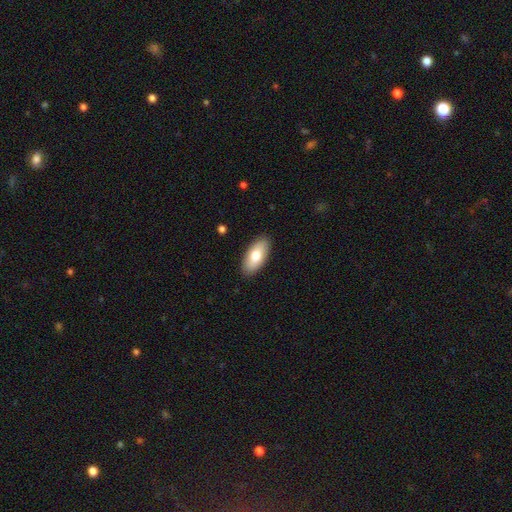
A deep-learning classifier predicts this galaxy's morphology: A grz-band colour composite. It shows a smooth galaxy with no disk features (77%) that is in between round and cigar-shaped (90%). Merging: none (89%).